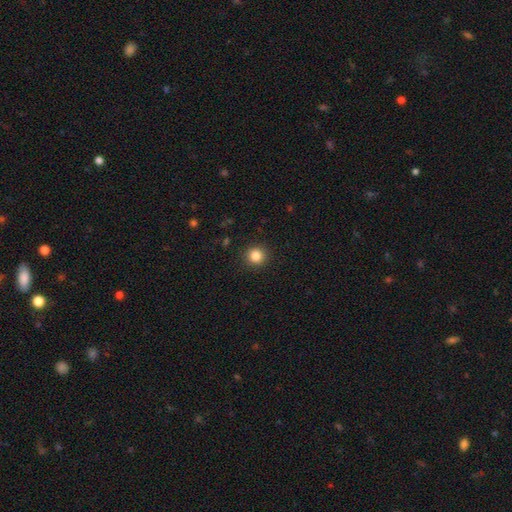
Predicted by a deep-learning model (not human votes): Overall: smooth (84%). How rounded: round (93%). Merging: none (91%).